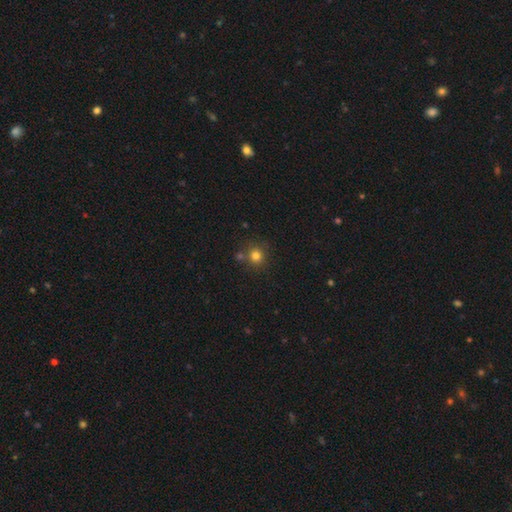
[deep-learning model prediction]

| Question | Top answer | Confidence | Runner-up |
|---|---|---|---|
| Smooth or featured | smooth | 79% | star or artifact (14%) |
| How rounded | round | 91% | in between (8%) |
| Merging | none | 71% | merger (16%) |